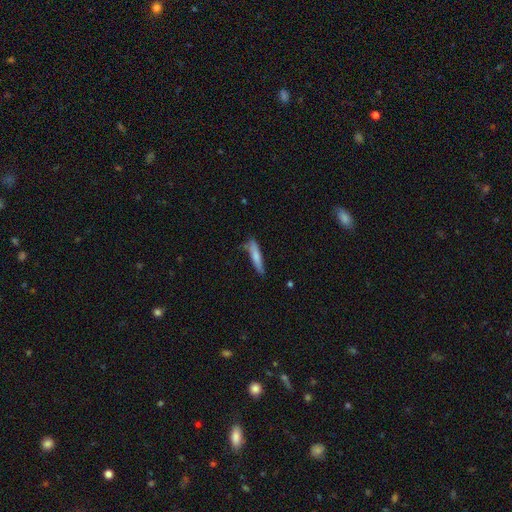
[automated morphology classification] This is likely a smooth galaxy (72%). How rounded: clearly cigar-shaped (85%). Merging: likely none (63%).